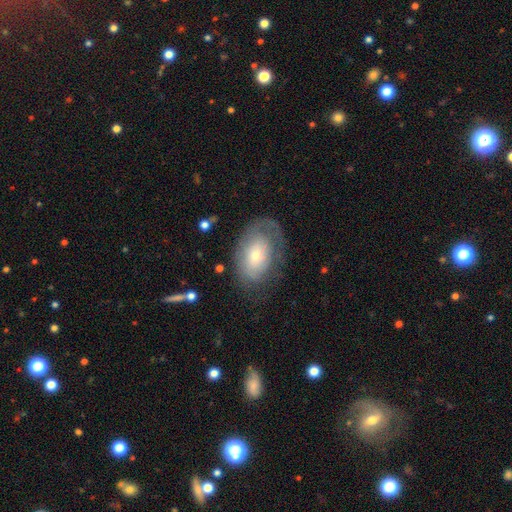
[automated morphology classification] Smooth or featured?
  - featured or disk: 48% *
  - smooth: 45%
  - star or artifact: 7%
Merging?
  - none: 58% *
  - minor disturbance: 23%
  - major disturbance: 17%
  - merger: 2%